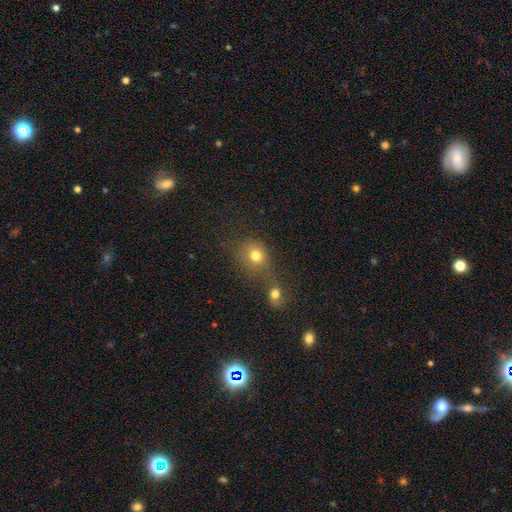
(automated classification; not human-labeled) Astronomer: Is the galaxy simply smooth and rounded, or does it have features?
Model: smooth — 77%.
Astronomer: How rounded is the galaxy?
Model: round — 78%.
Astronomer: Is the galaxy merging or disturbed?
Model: none — 49% (runner-up: merger, 37%).